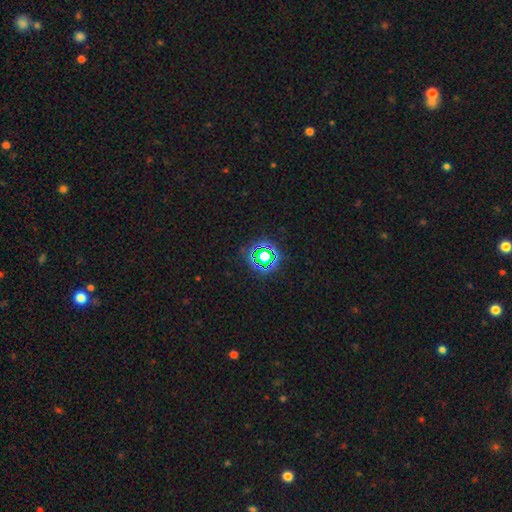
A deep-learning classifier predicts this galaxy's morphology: smooth_or_featured: star or artifact (p=0.77) [alt: smooth p=0.16]